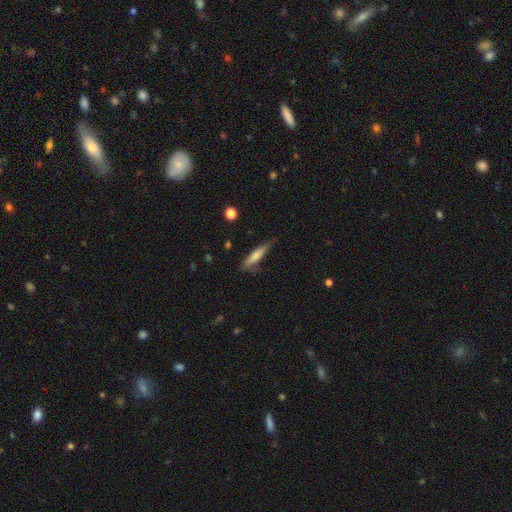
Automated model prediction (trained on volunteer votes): Smooth or featured?
  - smooth: 68% *
  - featured or disk: 25%
  - star or artifact: 6%
How rounded?
  - cigar-shaped: 77% *
  - in between: 21%
  - round: 2%
Merging?
  - none: 64% *
  - minor disturbance: 27%
  - major disturbance: 7%
  - merger: 2%